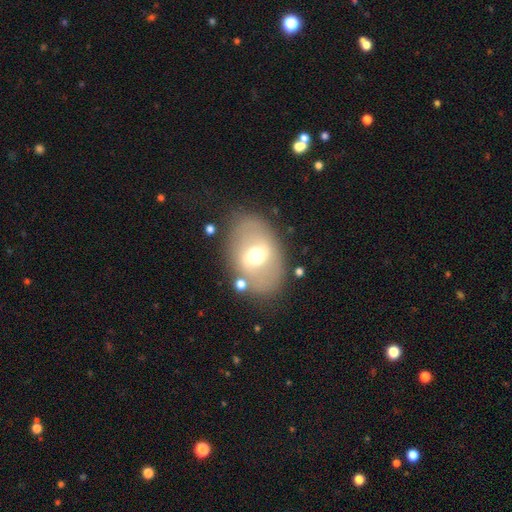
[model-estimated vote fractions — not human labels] Smooth or featured: featured or disk — 49% (smooth — 42%)
Merging: none — 76% (minor disturbance — 13%)